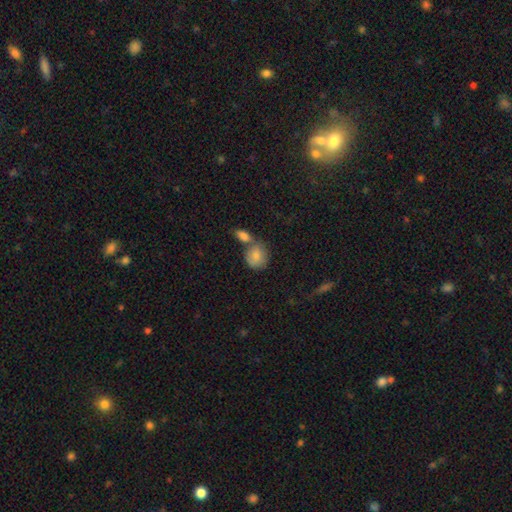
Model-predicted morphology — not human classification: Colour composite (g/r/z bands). It shows a smooth galaxy with no disk features (83%) that is round (58%). Merging: merger (46%).